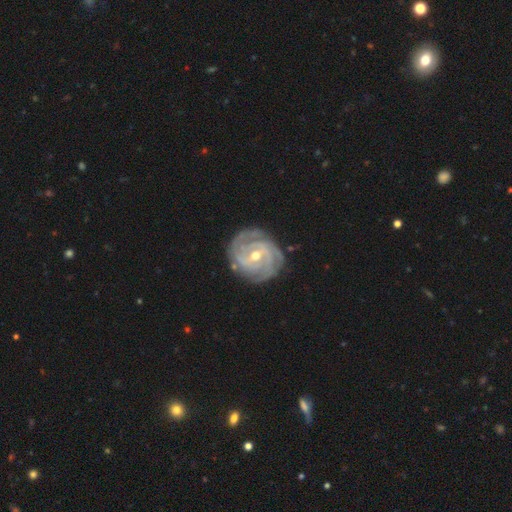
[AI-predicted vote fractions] Morphology: type=featured or disk (91%); edge-on=no (97%); bar=weak (49%); spiral arms=yes (98%); winding=tight (78%); arm count=3 (31%); bulge=moderate (56%); merging=none (80%).